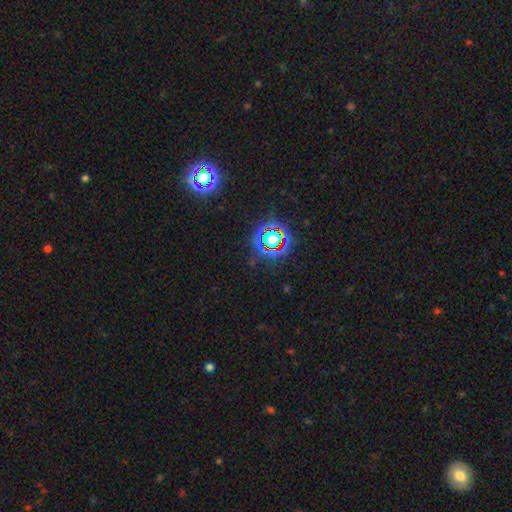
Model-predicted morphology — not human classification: This appears to be a star or artifact, not a galaxy (75%).